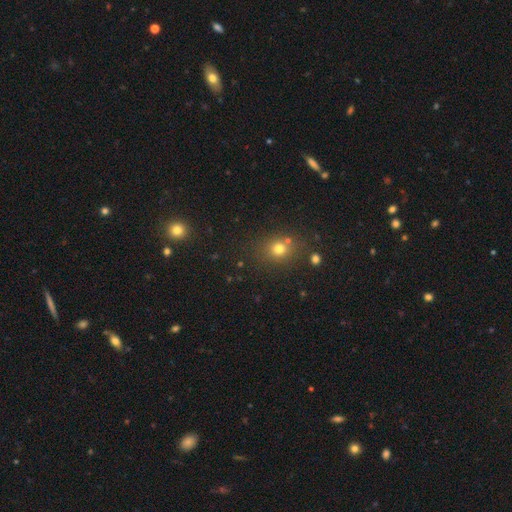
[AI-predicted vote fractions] Smooth or featured?
  - smooth: 55% *
  - star or artifact: 37%
  - featured or disk: 8%
How rounded?
  - round: 57% *
  - in between: 41%
  - cigar-shaped: 2%
Merging?
  - none: 84% *
  - minor disturbance: 9%
  - major disturbance: 4%
  - merger: 3%